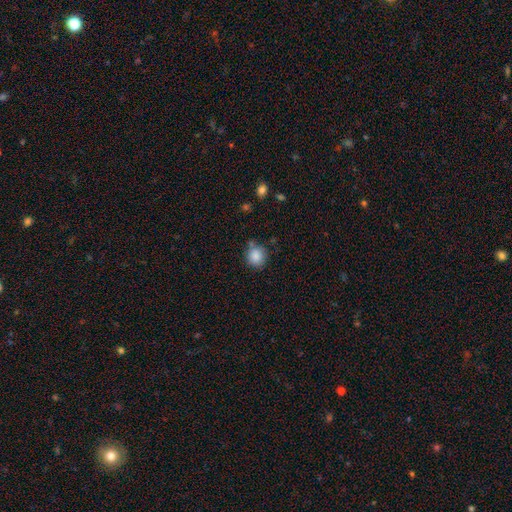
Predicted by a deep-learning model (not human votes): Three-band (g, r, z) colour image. It shows a smooth galaxy with no disk features (87%) that is round (86%). Merging: none (73%).